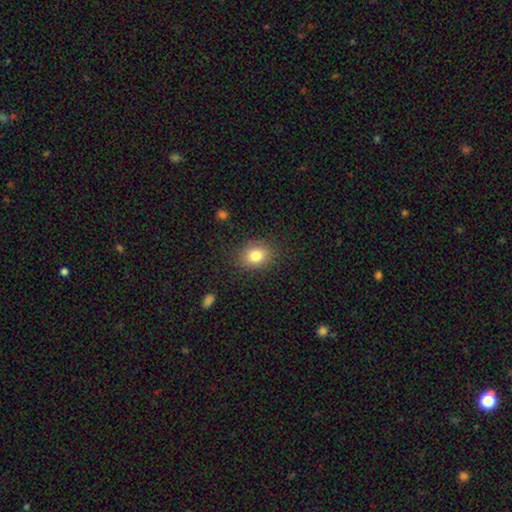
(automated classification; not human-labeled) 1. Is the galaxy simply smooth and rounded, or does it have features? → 81% smooth, 10% star or artifact, 8% featured or disk.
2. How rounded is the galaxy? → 50% in between, 49% round, 1% cigar-shaped.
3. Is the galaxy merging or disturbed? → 84% none, 11% minor disturbance, 4% major disturbance, 1% merger.